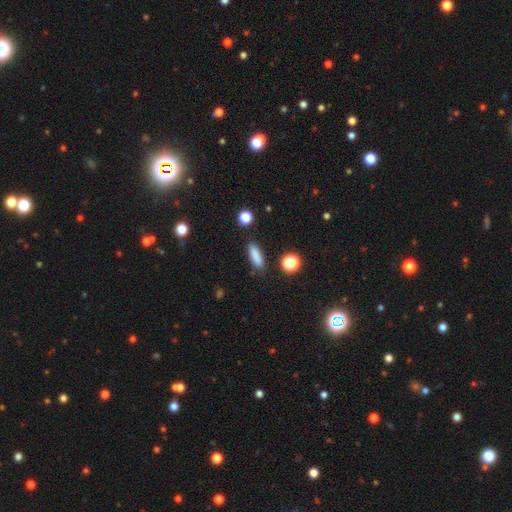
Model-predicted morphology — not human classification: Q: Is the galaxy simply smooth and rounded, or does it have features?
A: smooth — 84%.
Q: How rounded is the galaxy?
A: cigar-shaped — 56%.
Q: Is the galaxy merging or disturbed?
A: none — 86%.